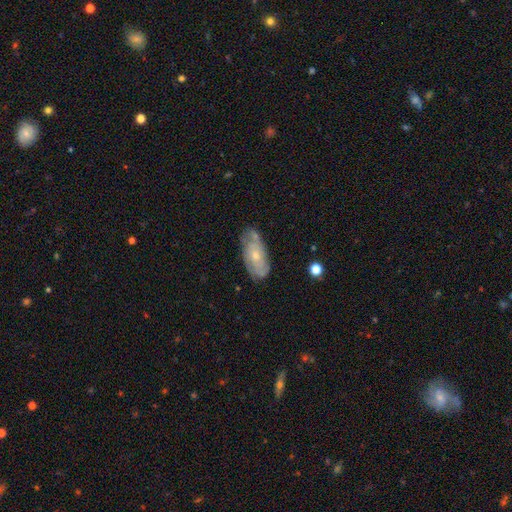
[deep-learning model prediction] smooth_or_featured: featured or disk (p=0.62) [alt: smooth p=0.31]
disk_edge_on: no (p=0.91) [alt: yes p=0.09]
bar: no (p=0.78) [alt: weak p=0.19]
has_spiral_arms: yes (p=0.76) [alt: no p=0.24]
bulge_size: small (p=0.56) [alt: moderate p=0.40]
merging: none (p=0.62) [alt: minor disturbance p=0.27]